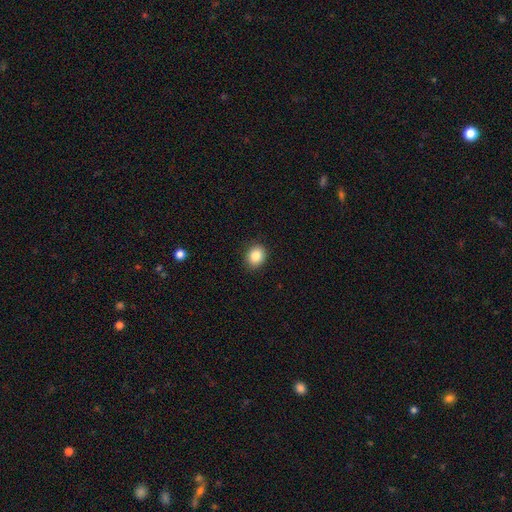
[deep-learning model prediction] smooth 85%, star or artifact 9%, featured or disk 5%. Down the decision tree: how rounded — round (63%); merging — none (90%).